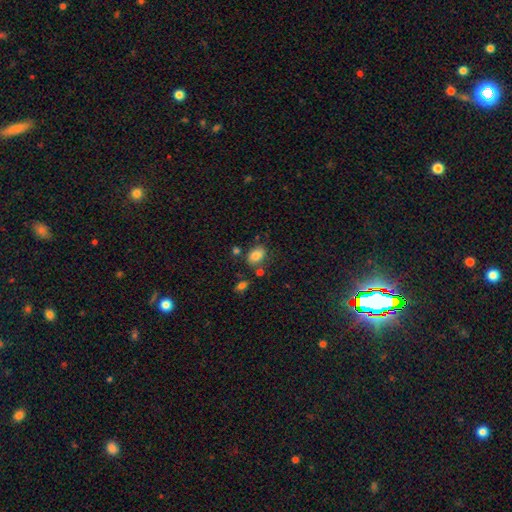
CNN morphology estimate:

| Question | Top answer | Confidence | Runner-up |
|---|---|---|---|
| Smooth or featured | smooth | 81% | star or artifact (10%) |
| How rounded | in between | 79% | round (19%) |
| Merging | none | 67% | minor disturbance (19%) |